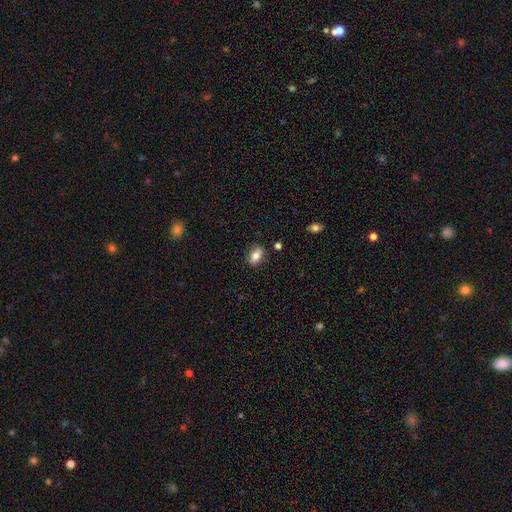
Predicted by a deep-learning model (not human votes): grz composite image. It shows a smooth galaxy with no disk features (82%) that is in between round and cigar-shaped (86%). Merging: none (82%).